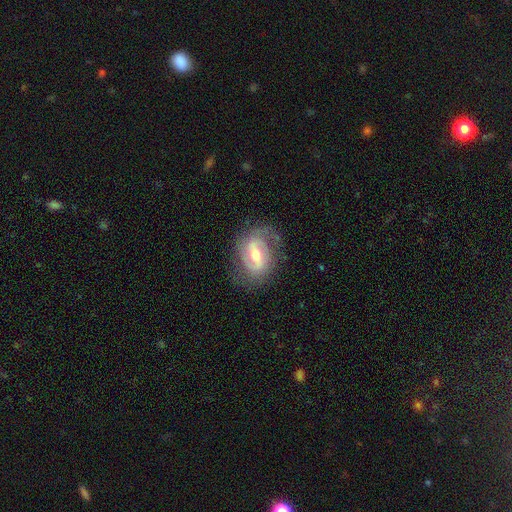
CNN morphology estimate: Smooth or featured: featured or disk — 78% (smooth — 15%)
Edge-on disk: no — 96% (yes — 4%)
Bar: weak — 45% (strong — 36%)
Spiral arms: yes — 88% (no — 12%)
Spiral winding: medium — 43% (tight — 35%)
Spiral arm count: 2 — 71% (can't tell — 15%)
Bulge size: moderate — 62% (small — 31%)
Merging: none — 72% (minor disturbance — 18%)